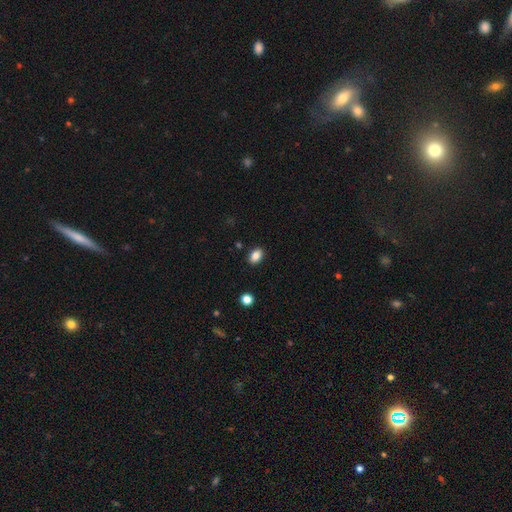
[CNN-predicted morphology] Smooth or featured: smooth — 86% (star or artifact — 9%)
How rounded: in between — 84% (round — 15%)
Merging: none — 89% (minor disturbance — 8%)